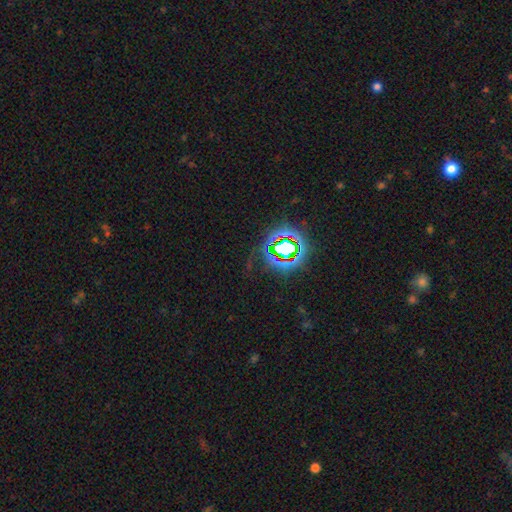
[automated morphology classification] The model was most divided on "smooth or featured": star or artifact: 77%, smooth: 12%, featured or disk: 11%.